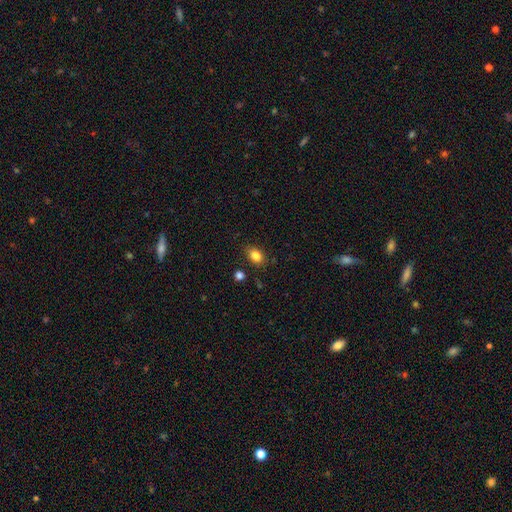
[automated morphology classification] smooth-or-featured: smooth: 84% | star or artifact: 10% | featured or disk: 6%
  how-rounded: in between: 73% | round: 26% | cigar-shaped: 1%
  merging: none: 83% | minor disturbance: 12% | major disturbance: 3% | merger: 3%